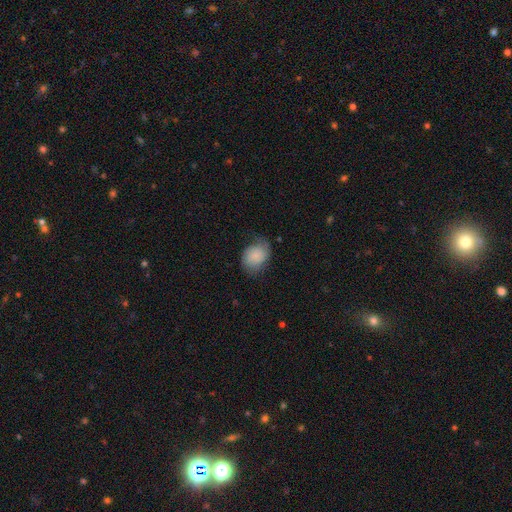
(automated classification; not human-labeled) Q: Smooth or featured?
A: smooth (77%); runner-up: featured or disk (16%)
Q: How rounded?
A: in between (61%); runner-up: round (38%)
Q: Merging?
A: none (57%); runner-up: minor disturbance (30%)